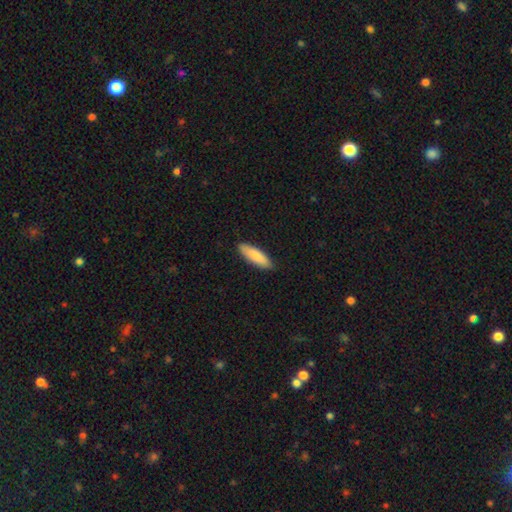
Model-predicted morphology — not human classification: A smooth galaxy with no disk features (85%) that is cigar-shaped (53%).

Vote fractions:
- Smooth or featured? smooth: 85% / featured or disk: 9% / star or artifact: 5%
- How rounded? cigar-shaped: 53% / in between: 45% / round: 1%
- Merging? none: 88% / minor disturbance: 10% / major disturbance: 2% / merger: 1%